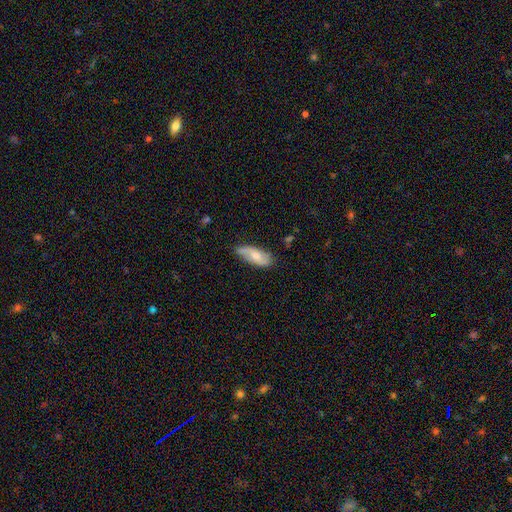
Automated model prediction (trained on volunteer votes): Smooth or featured? Predicted: featured or disk (p=0.50). Merging? Predicted: none (p=0.71).